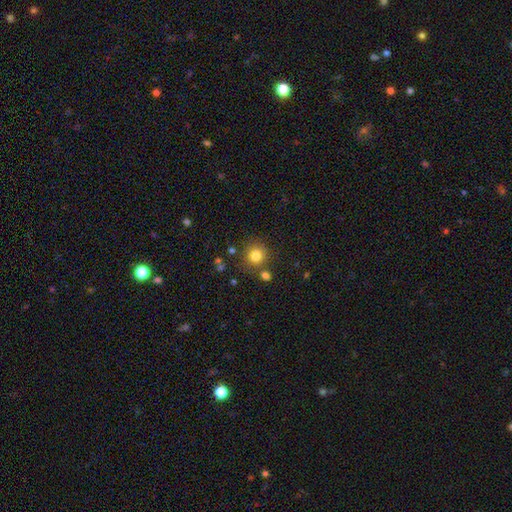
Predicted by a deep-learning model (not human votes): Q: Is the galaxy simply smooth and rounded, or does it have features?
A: smooth — 81%.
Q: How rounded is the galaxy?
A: round — 92%.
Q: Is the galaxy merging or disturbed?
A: none — 79%.